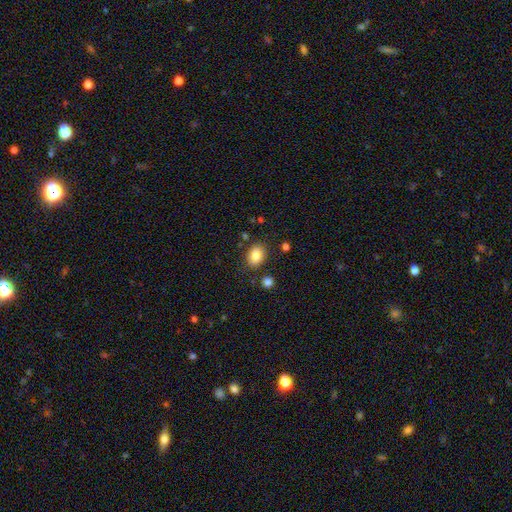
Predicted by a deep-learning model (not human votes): Morphology: type=smooth (83%); roundness=in between (74%); merging=none (83%).